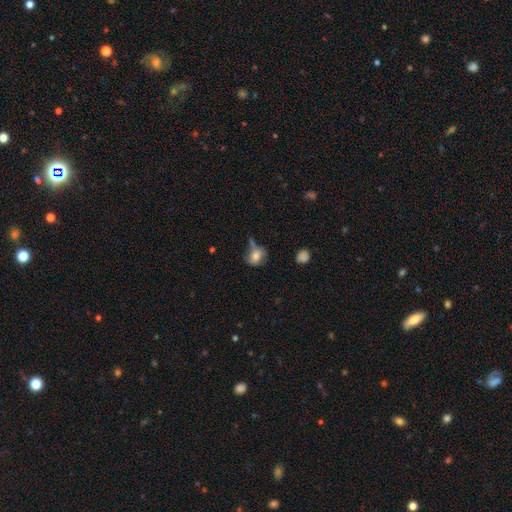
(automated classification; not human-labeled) Smooth or featured: smooth — 71% (featured or disk — 19%)
How rounded: round — 51% (in between — 47%)
Merging: none — 41% (minor disturbance — 28%)